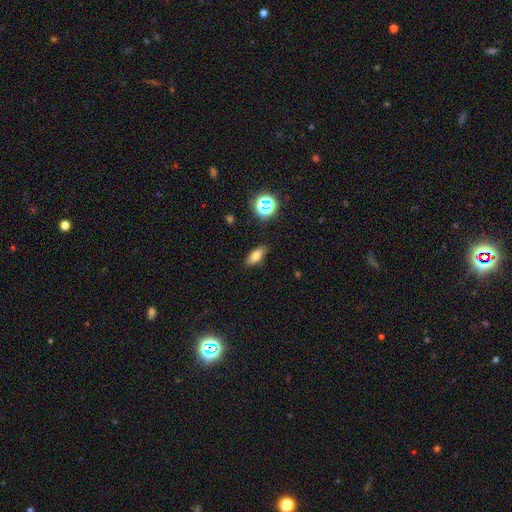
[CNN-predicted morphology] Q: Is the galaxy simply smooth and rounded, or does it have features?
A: smooth — 74%.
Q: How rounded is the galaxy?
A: in between — 74%.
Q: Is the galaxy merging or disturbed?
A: none — 86%.